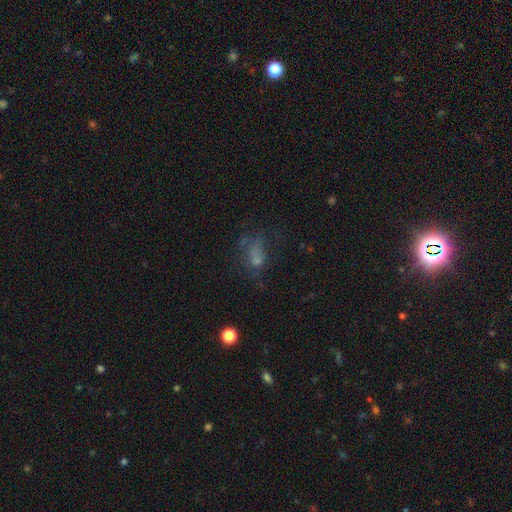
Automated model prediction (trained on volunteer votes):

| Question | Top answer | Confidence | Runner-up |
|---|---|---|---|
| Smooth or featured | smooth | 48% | featured or disk (28%) |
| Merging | major disturbance | 41% | none (34%) |